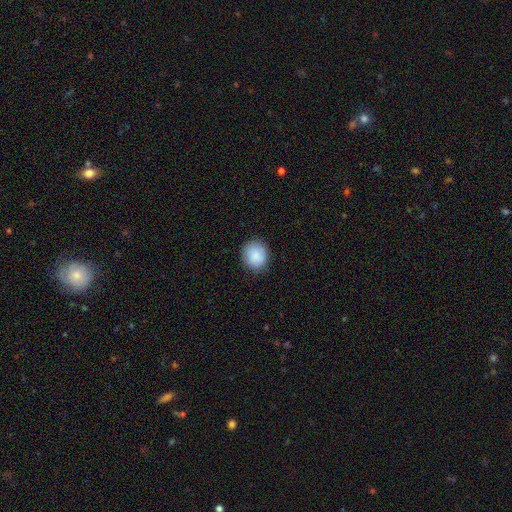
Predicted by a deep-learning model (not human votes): This is clearly a smooth galaxy (89%). How rounded: likely round (76%). Merging: clearly none (86%).